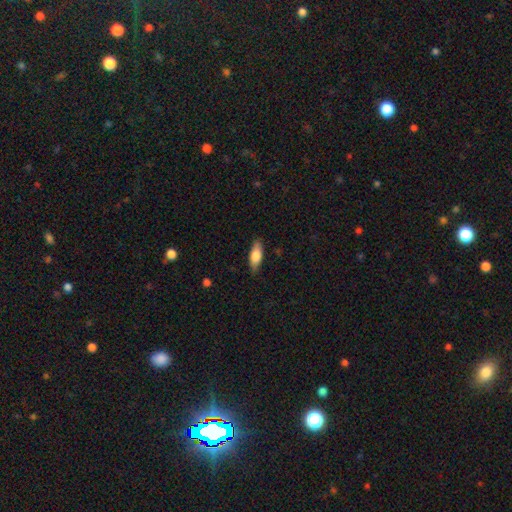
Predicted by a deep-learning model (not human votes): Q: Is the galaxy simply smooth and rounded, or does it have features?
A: smooth — 76%.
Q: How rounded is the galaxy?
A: in between — 73%.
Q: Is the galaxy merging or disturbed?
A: none — 82%.